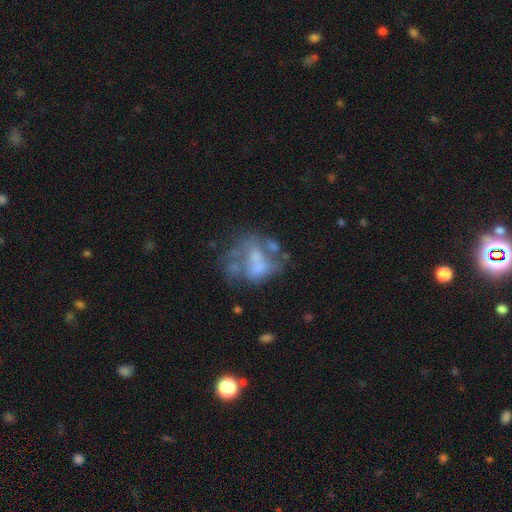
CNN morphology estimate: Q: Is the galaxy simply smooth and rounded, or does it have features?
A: featured or disk — 54%.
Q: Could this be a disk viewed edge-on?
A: no — 98%.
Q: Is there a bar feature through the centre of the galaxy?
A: no — 82%.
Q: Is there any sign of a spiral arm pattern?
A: no — 87%.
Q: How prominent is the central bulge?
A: none — 56%.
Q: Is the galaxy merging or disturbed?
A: major disturbance — 32%.